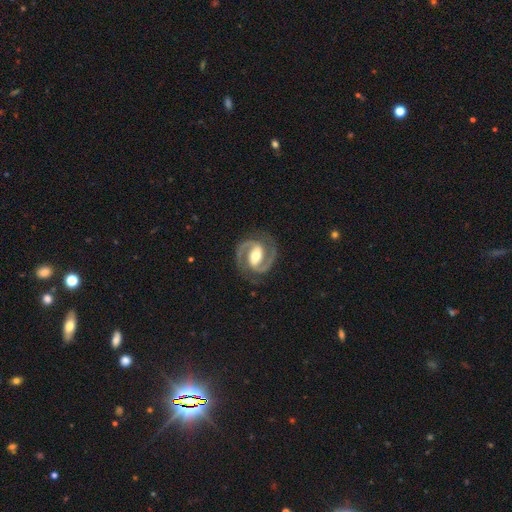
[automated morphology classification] smooth-or-featured: featured or disk: 93% | smooth: 4% | star or artifact: 4%
  disk-edge-on: no: 98% | yes: 2%
    bar: strong: 54% | weak: 33% | no: 14%
    has-spiral-arms: yes: 98% | no: 2%
      spiral-winding: medium: 58% | tight: 34% | loose: 8%
      spiral-arm-count: 2: 94% | can't tell: 1% | 1: 1% | 3: 1% | 4: 1% | more than 4: 1%
    bulge-size: moderate: 69% | small: 15% | large: 13% | dominant: 1% | none: 1%
  merging: none: 85% | minor disturbance: 10% | major disturbance: 4% | merger: 1%